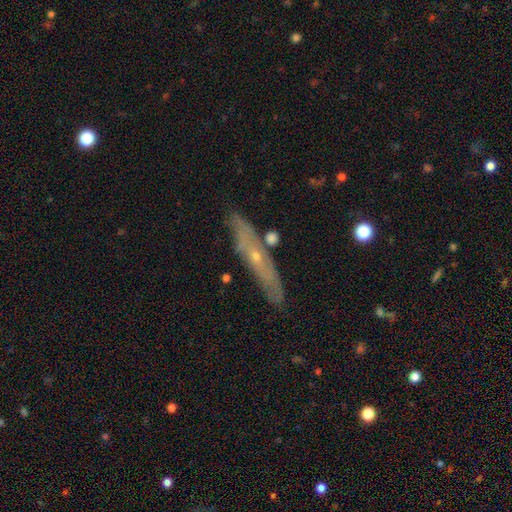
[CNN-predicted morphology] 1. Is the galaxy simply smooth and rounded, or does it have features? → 62% featured or disk, 31% smooth, 8% star or artifact.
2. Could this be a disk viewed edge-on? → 68% yes, 32% no.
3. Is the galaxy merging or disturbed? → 80% none, 13% minor disturbance, 4% merger, 3% major disturbance.